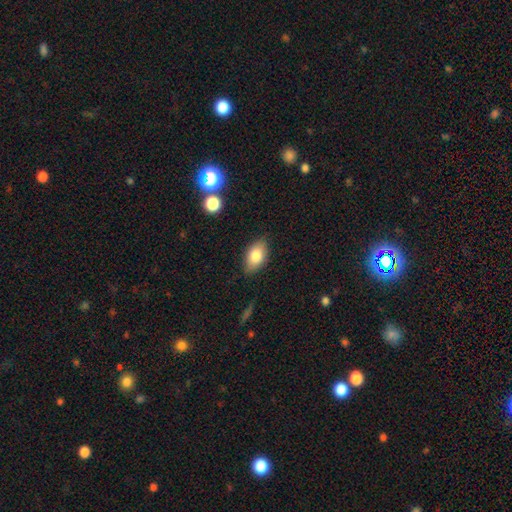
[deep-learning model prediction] smooth-or-featured: smooth: 80% | featured or disk: 13% | star or artifact: 8%
  how-rounded: in between: 90% | round: 8% | cigar-shaped: 3%
  merging: none: 81% | minor disturbance: 15% | major disturbance: 3% | merger: 1%